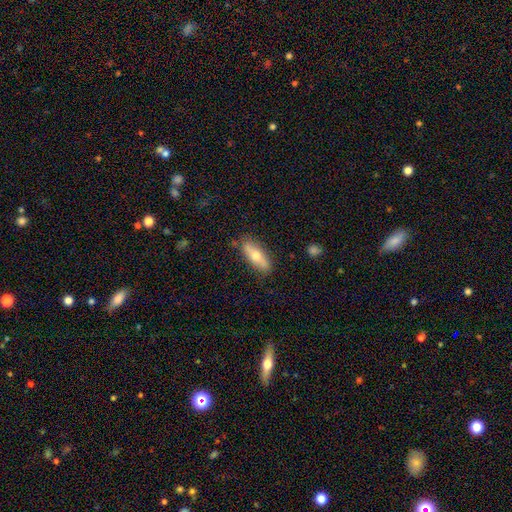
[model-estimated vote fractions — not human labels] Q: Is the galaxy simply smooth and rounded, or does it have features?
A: smooth — 55%.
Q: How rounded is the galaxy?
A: in between — 50%.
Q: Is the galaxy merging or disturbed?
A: none — 82%.